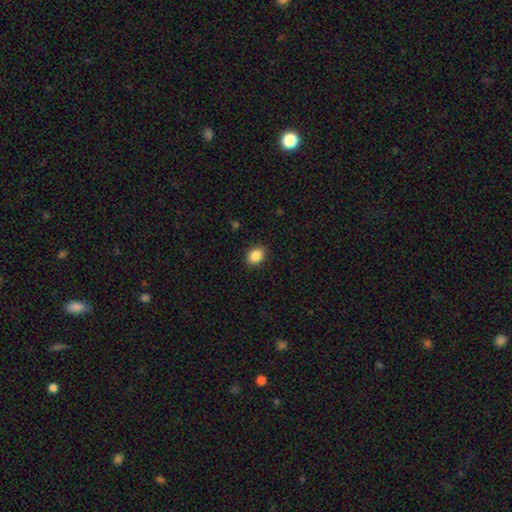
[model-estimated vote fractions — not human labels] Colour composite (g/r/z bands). It shows a smooth galaxy with no disk features (87%) that is in between round and cigar-shaped (63%). Merging: none (89%).